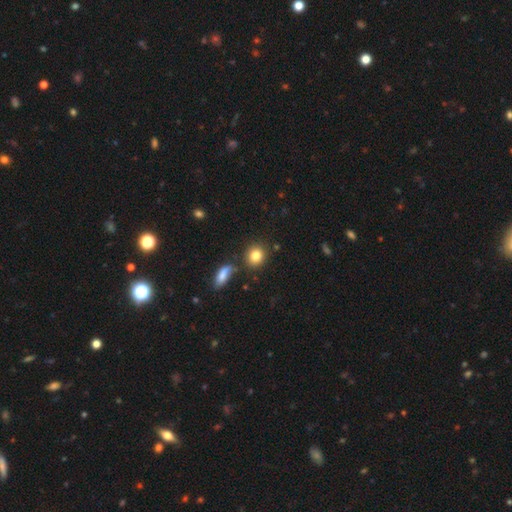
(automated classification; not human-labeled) Smooth or featured? Predicted: smooth (p=0.82). How rounded? Predicted: round (p=0.76). Merging? Predicted: none (p=0.79).